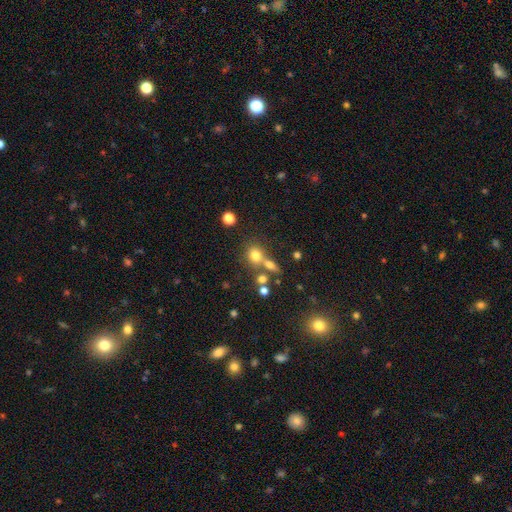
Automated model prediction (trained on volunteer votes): This appears to be a smooth galaxy with no disk features (72%) that is round (74%). Merging: none (49%).